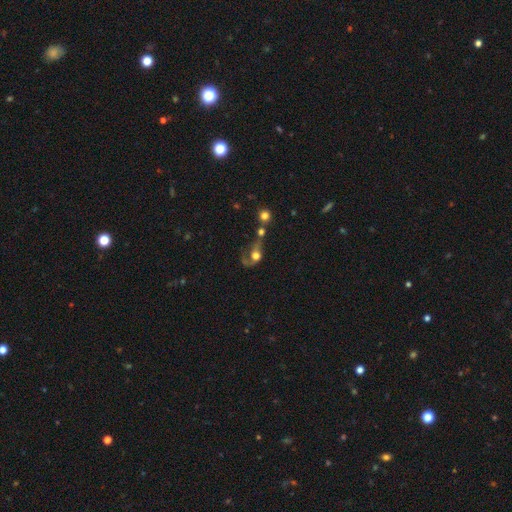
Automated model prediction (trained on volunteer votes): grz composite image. It shows a featured or disk galaxy (44%). Merging: major disturbance (37%).